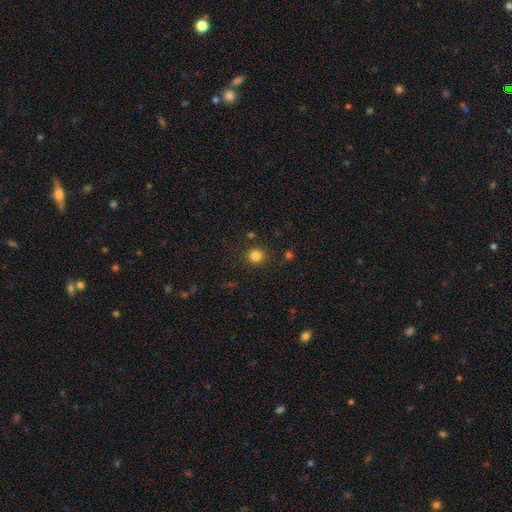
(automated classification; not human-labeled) Smooth or featured?
  - smooth: 80% *
  - star or artifact: 15%
  - featured or disk: 5%
How rounded?
  - round: 86% *
  - in between: 13%
  - cigar-shaped: 1%
Merging?
  - none: 82% *
  - minor disturbance: 9%
  - merger: 6%
  - major disturbance: 3%